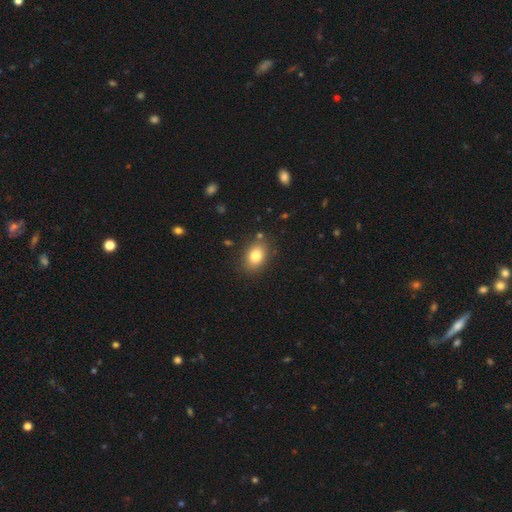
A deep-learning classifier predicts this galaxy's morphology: Smooth or featured? smooth (81%)
How rounded? in between (77%)
Merging? none (84%)